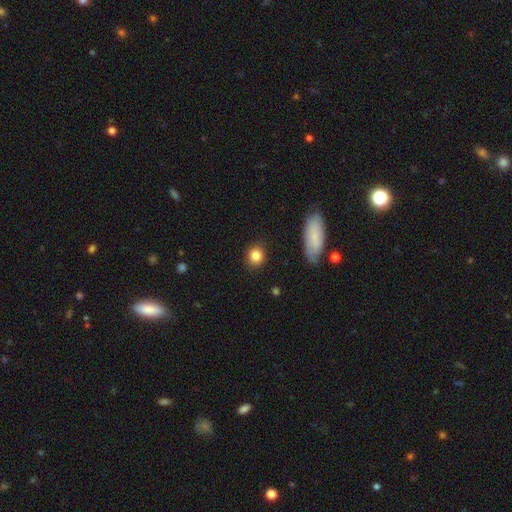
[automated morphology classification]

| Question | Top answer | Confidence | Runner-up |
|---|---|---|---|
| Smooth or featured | smooth | 84% | star or artifact (9%) |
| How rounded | round | 82% | in between (17%) |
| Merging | none | 87% | minor disturbance (9%) |